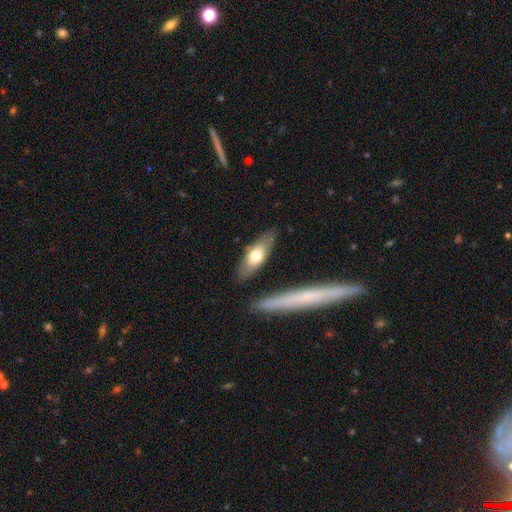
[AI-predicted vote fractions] smooth_or_featured: smooth (p=0.60) [alt: featured or disk p=0.34]
how_rounded: in between (p=0.59) [alt: cigar-shaped p=0.38]
merging: none (p=0.81) [alt: minor disturbance p=0.12]